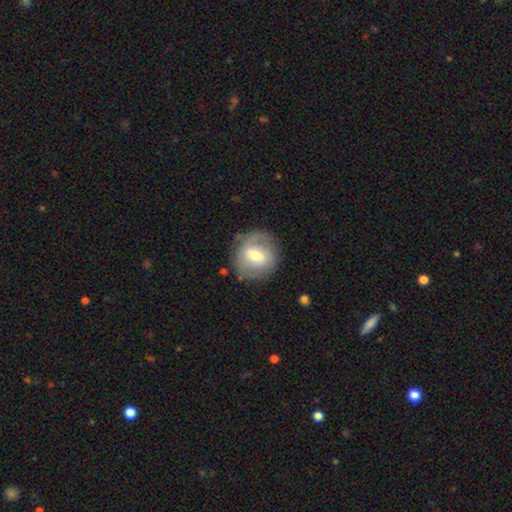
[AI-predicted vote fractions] This is possibly a featured or disk galaxy (48%). Merging: likely none (73%).